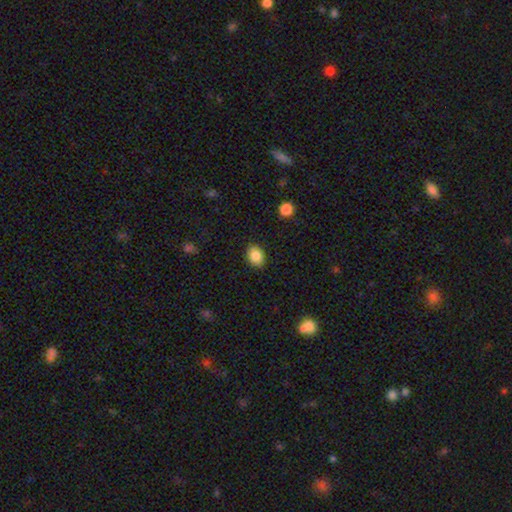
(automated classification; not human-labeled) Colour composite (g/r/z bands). It shows a smooth galaxy with no disk features (87%) that is in between round and cigar-shaped (56%). Merging: none (86%).